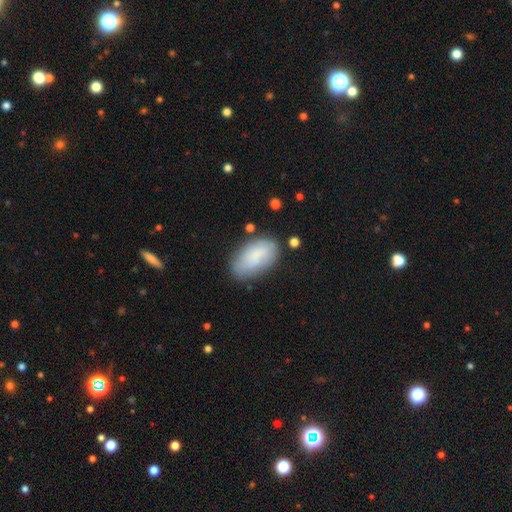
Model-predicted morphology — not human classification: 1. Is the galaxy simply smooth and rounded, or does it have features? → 78% smooth, 16% featured or disk, 7% star or artifact.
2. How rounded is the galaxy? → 94% in between, 3% round, 3% cigar-shaped.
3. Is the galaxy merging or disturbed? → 72% none, 19% minor disturbance, 5% major disturbance, 3% merger.